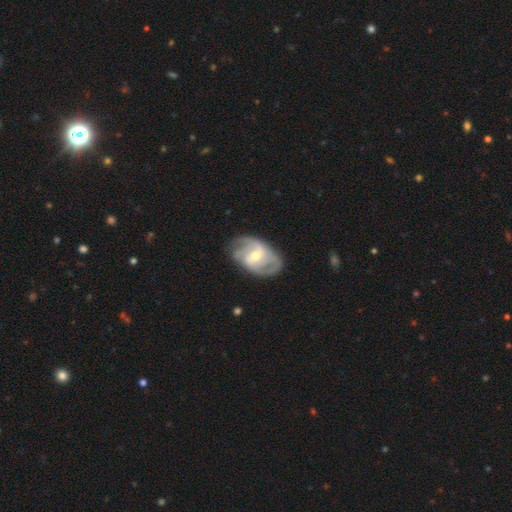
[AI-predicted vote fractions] Smooth or featured: featured or disk — 81% (smooth — 14%)
Edge-on disk: no — 96% (yes — 4%)
Bar: weak — 49% (no — 34%)
Spiral arms: yes — 91% (no — 9%)
Spiral winding: medium — 44% (tight — 37%)
Spiral arm count: 2 — 38% (3 — 26%)
Bulge size: moderate — 56% (small — 40%)
Merging: none — 71% (minor disturbance — 20%)